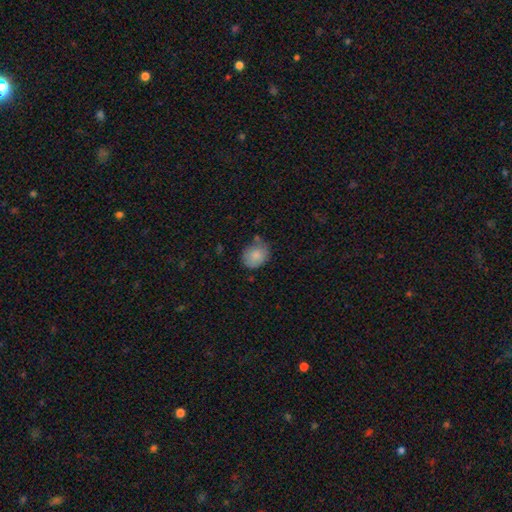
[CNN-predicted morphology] Q: Smooth or featured?
A: smooth (83%); runner-up: featured or disk (9%)
Q: How rounded?
A: in between (50%); runner-up: round (49%)
Q: Merging?
A: none (65%); runner-up: minor disturbance (24%)